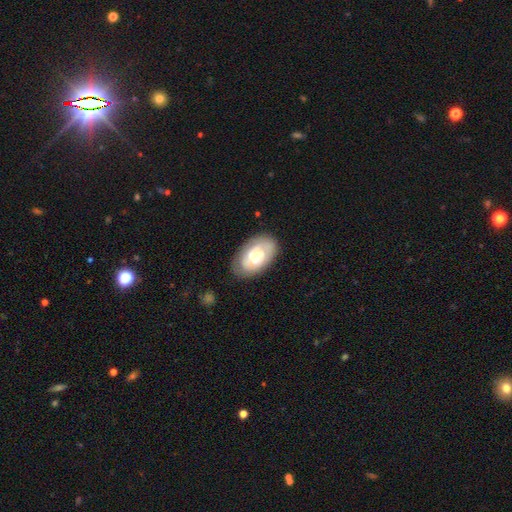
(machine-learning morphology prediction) Q: Smooth or featured?
A: featured or disk (56%); runner-up: smooth (37%)
Q: Edge-on disk?
A: no (95%); runner-up: yes (5%)
Q: Bar?
A: no (64%); runner-up: weak (29%)
Q: Spiral arms?
A: yes (66%); runner-up: no (34%)
Q: Bulge size?
A: moderate (45%); runner-up: small (37%)
Q: Merging?
A: none (73%); runner-up: minor disturbance (18%)